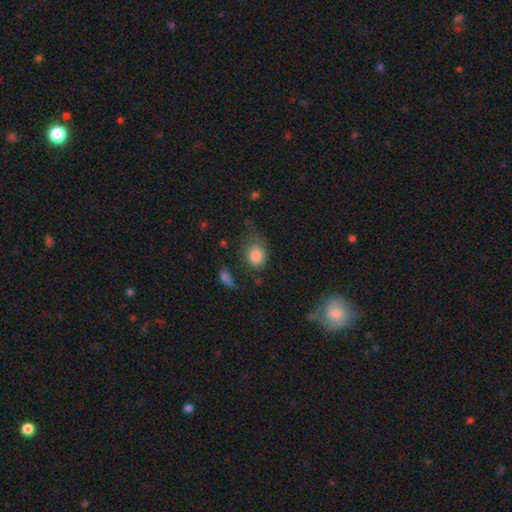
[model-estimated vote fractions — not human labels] smooth 83%, star or artifact 9%, featured or disk 8%. Down the decision tree: how rounded — round (52%); merging — none (44%).